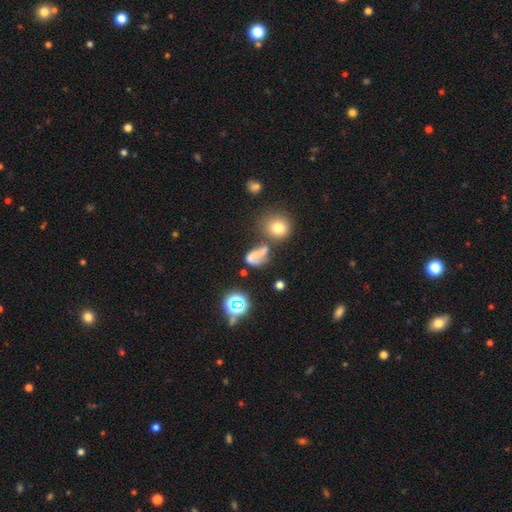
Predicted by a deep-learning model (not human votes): Overall: featured or disk (46%; smooth 36%). Merging: none (39%; major disturbance 21%).